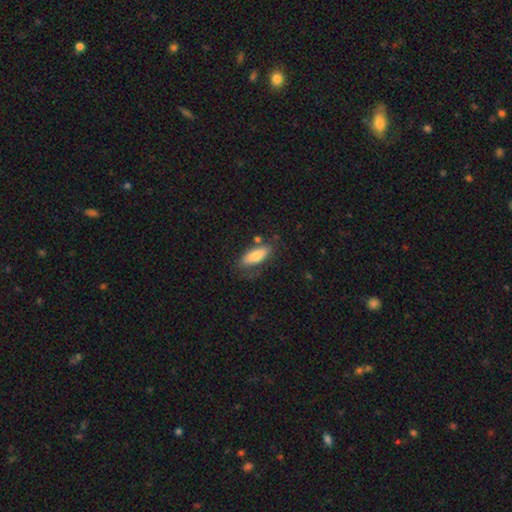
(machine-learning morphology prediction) The model was most divided on "how rounded": in between: 66%, cigar-shaped: 32%, round: 2%. More confident: smooth or featured — smooth (76%); merging — none (69%).